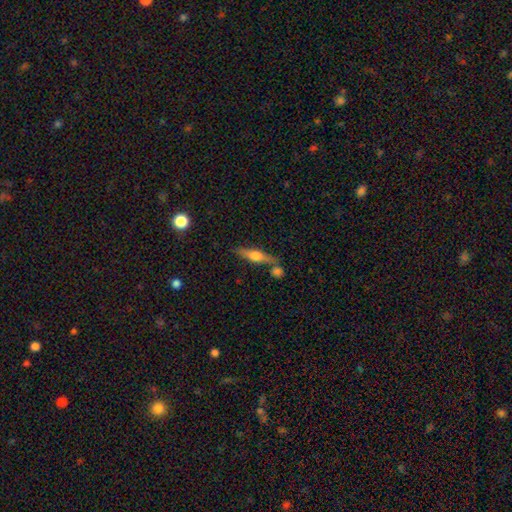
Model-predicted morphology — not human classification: Smooth or featured? featured or disk (51%)
Edge-on disk? yes (93%)
Merging? none (69%)